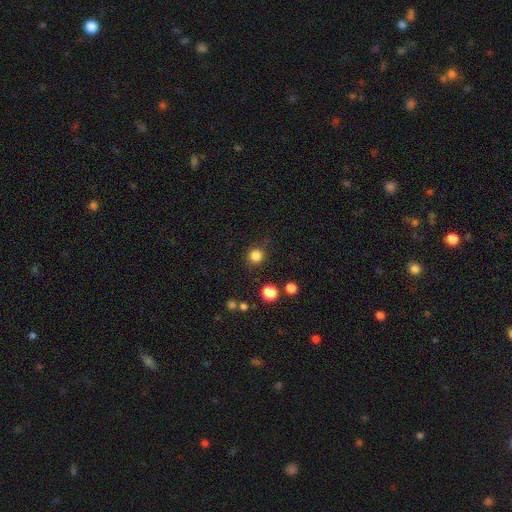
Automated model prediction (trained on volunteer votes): Q: Smooth or featured?
A: smooth (83%); runner-up: star or artifact (13%)
Q: How rounded?
A: round (93%); runner-up: in between (6%)
Q: Merging?
A: none (88%); runner-up: minor disturbance (8%)